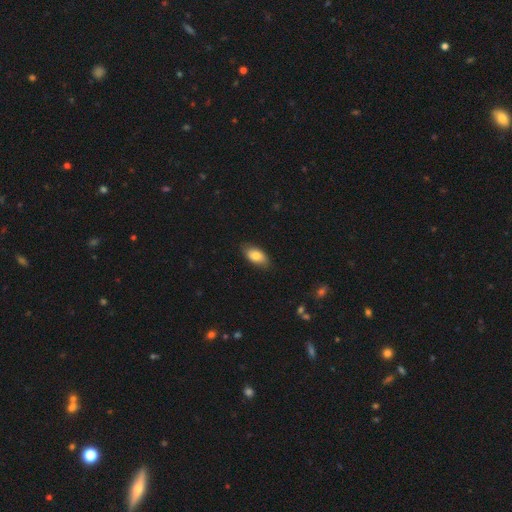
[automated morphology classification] Overall: smooth (80%). How rounded: in between (92%). Merging: none (82%).